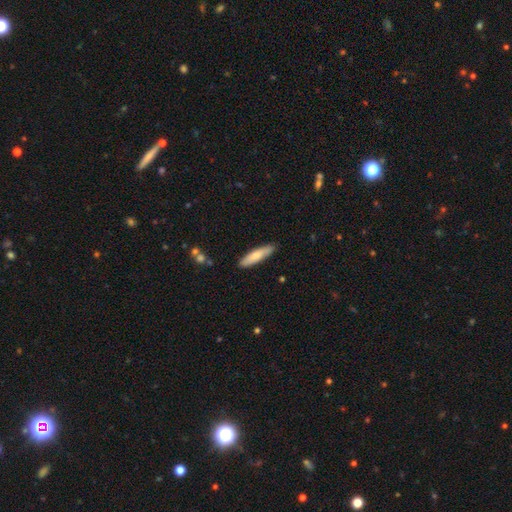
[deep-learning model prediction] Morphology: type=smooth (75%); roundness=cigar-shaped (78%); merging=none (88%).